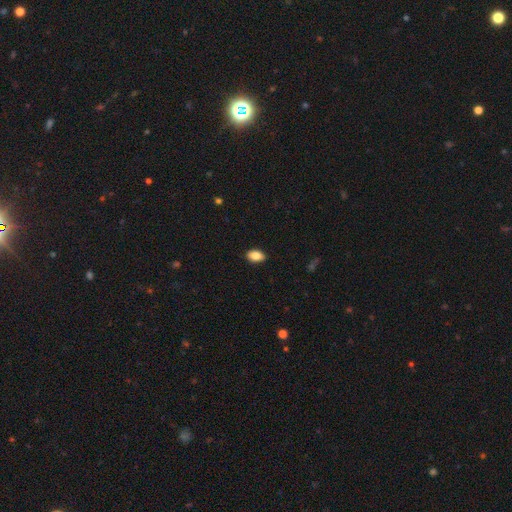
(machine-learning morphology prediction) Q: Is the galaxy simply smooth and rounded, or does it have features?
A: smooth — 86%.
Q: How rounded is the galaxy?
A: in between — 90%.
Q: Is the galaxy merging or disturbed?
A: none — 89%.